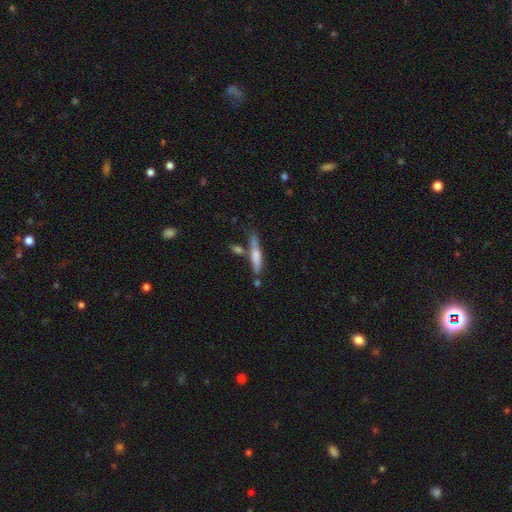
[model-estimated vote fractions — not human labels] A smooth galaxy with no disk features (54%) that is cigar-shaped (87%).

Vote fractions:
- Smooth or featured? smooth: 54% / featured or disk: 40% / star or artifact: 6%
- How rounded? cigar-shaped: 87% / in between: 12% / round: 2%
- Merging? none: 65% / minor disturbance: 16% / merger: 14% / major disturbance: 5%